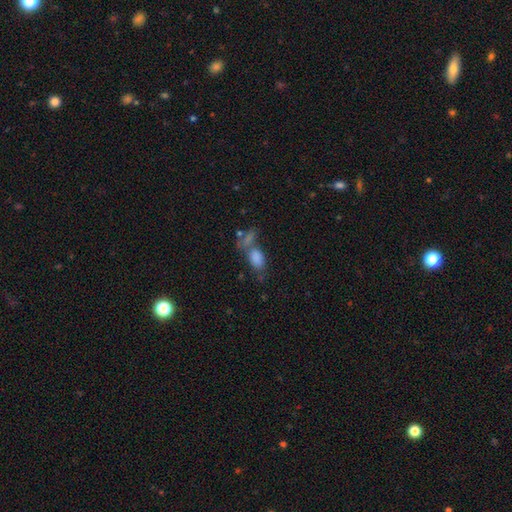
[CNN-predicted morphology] Smooth or featured: smooth — 79% (star or artifact — 12%)
How rounded: in between — 87% (round — 8%)
Merging: merger — 40% (none — 37%)